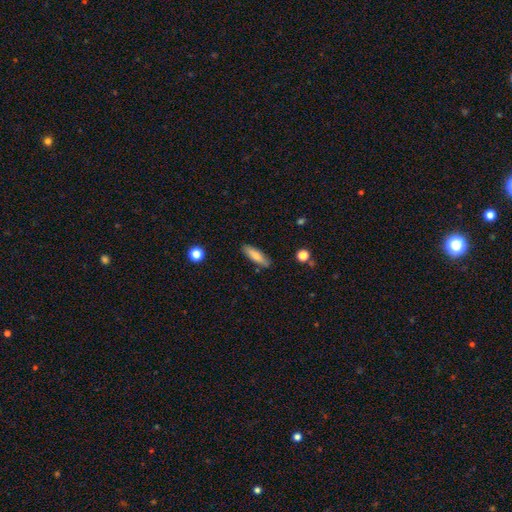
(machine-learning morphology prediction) Smooth or featured: smooth — 78% (featured or disk — 15%)
How rounded: cigar-shaped — 62% (in between — 36%)
Merging: none — 86% (minor disturbance — 10%)